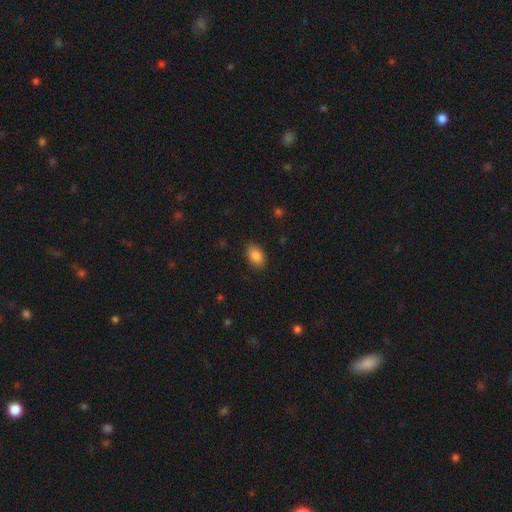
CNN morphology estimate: smooth 88%, star or artifact 8%, featured or disk 5%. Down the decision tree: how rounded — in between (89%); merging — none (86%).